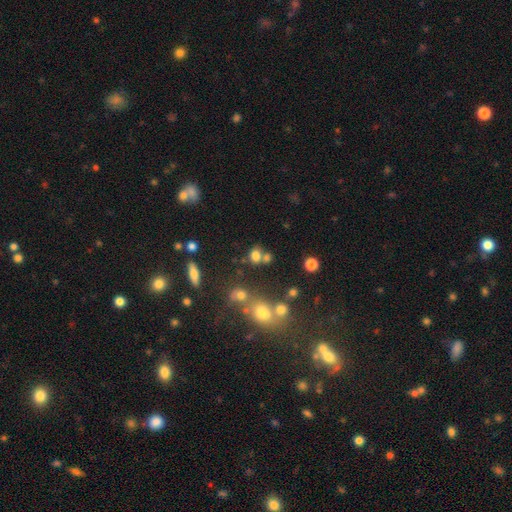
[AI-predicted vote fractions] Morphology: type=smooth (73%); roundness=round (52%); merging=none (51%).